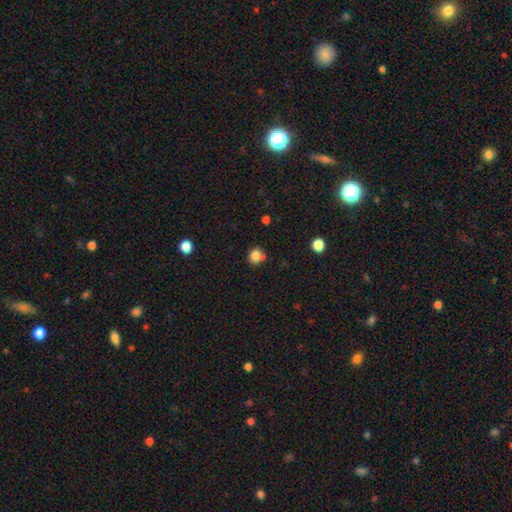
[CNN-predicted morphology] type=smooth (82%); roundness=round (89%); merging=none (72%).